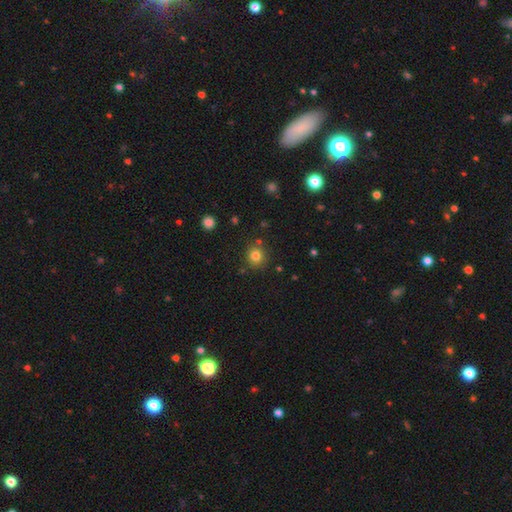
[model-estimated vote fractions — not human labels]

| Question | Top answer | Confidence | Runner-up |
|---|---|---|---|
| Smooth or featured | smooth | 81% | star or artifact (13%) |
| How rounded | round | 90% | in between (9%) |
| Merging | none | 82% | minor disturbance (9%) |